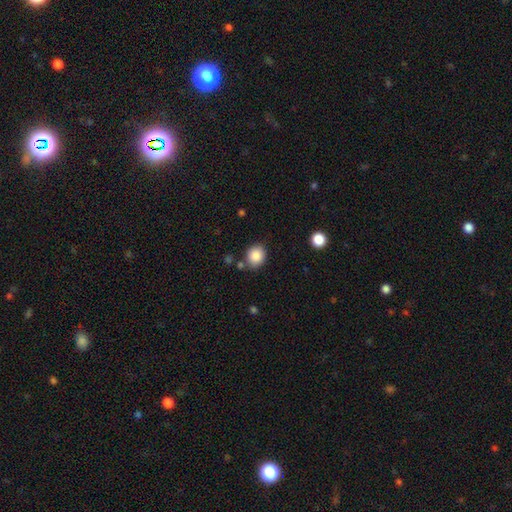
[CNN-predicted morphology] A smooth galaxy with no disk features (87%) that is round (70%).

Vote fractions:
- Smooth or featured? smooth: 87% / star or artifact: 9% / featured or disk: 5%
- How rounded? round: 70% / in between: 29% / cigar-shaped: 1%
- Merging? none: 78% / minor disturbance: 12% / merger: 6% / major disturbance: 3%